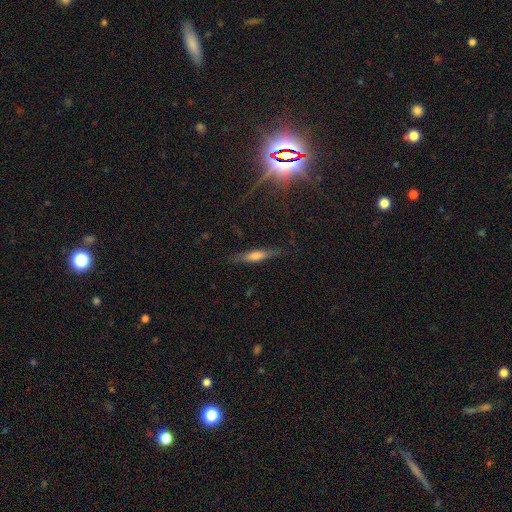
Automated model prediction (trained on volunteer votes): Smooth or featured: featured or disk — 46% (smooth — 45%)
Merging: none — 83% (minor disturbance — 12%)